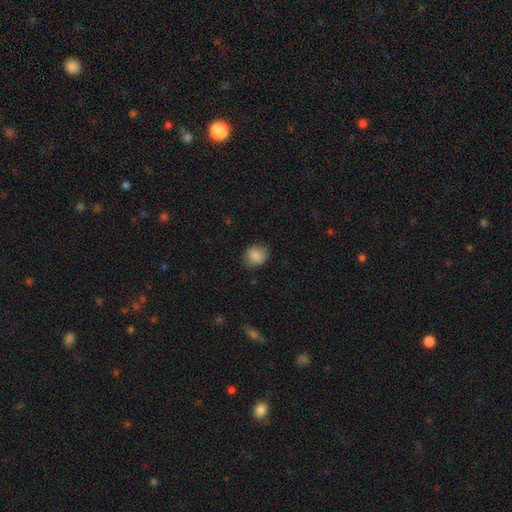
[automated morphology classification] The model was most divided on "how rounded": round: 75%, in between: 24%, cigar-shaped: 1%. More confident: smooth or featured — smooth (87%); merging — none (83%).